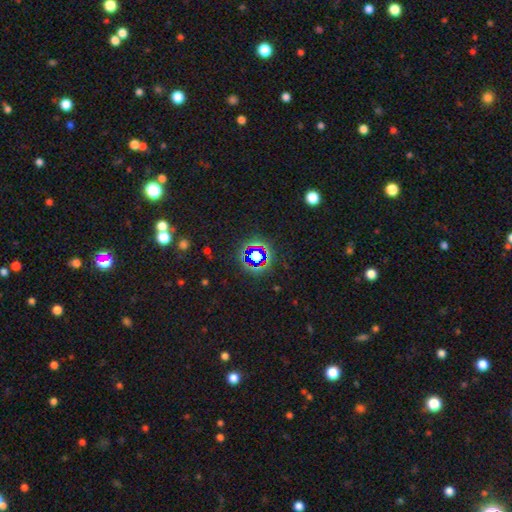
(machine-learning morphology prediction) Smooth or featured?
  - star or artifact: 69% *
  - smooth: 20%
  - featured or disk: 11%